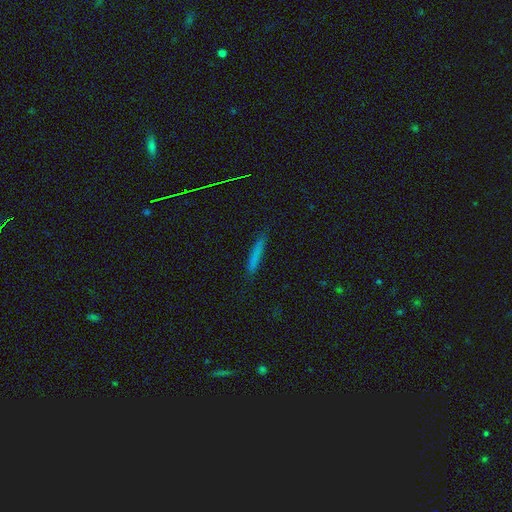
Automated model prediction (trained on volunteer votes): Smooth or featured? smooth (73%)
How rounded? cigar-shaped (94%)
Merging? none (84%)